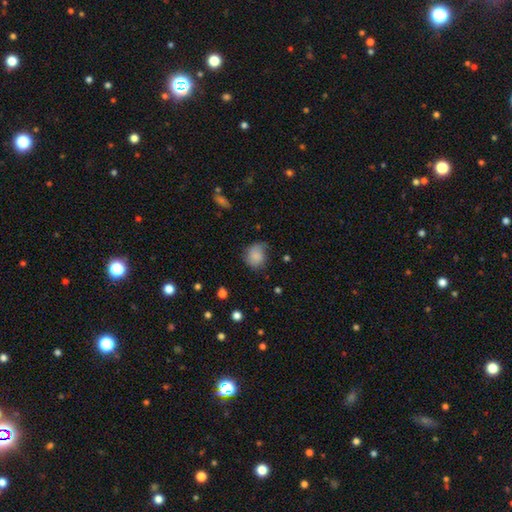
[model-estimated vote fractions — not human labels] This appears to be a smooth galaxy with no disk features (77%) that is round (69%). Merging: none (51%).